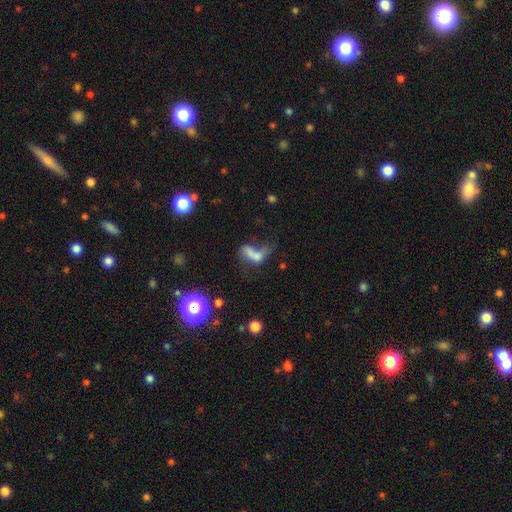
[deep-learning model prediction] Morphology: type=smooth (55%); roundness=in between (72%); merging=merger (43%).